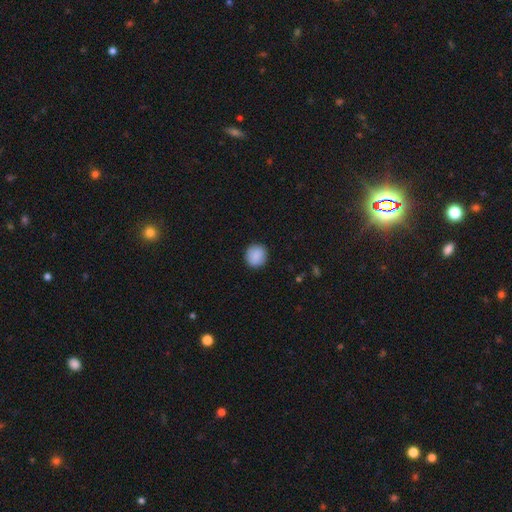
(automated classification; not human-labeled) smooth_or_featured: smooth (p=0.89) [alt: star or artifact p=0.07]
how_rounded: round (p=0.93) [alt: in between p=0.06]
merging: none (p=0.91) [alt: minor disturbance p=0.06]